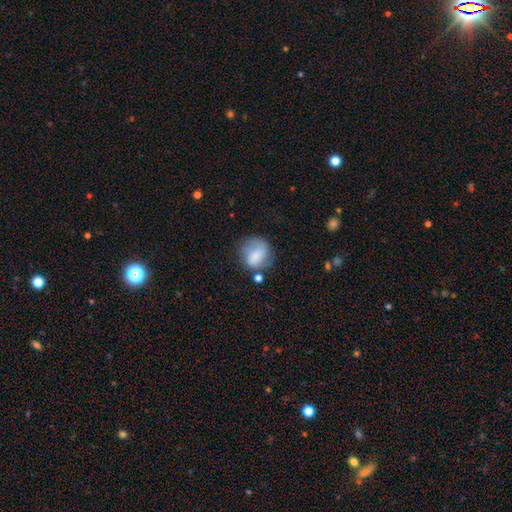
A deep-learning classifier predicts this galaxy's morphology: A smooth galaxy with no disk features (73%) that is round (66%).

Vote fractions:
- Smooth or featured? smooth: 73% / featured or disk: 18% / star or artifact: 9%
- How rounded? round: 66% / in between: 33% / cigar-shaped: 1%
- Merging? none: 48% / minor disturbance: 28% / major disturbance: 17% / merger: 8%